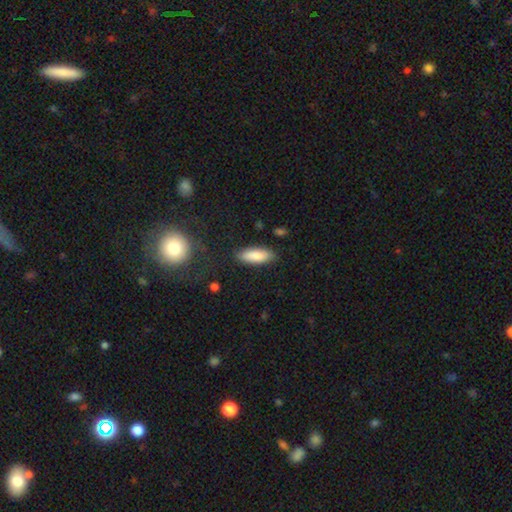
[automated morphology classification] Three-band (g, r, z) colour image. It shows a smooth galaxy with no disk features (86%) that is in between round and cigar-shaped (66%). Merging: none (85%).